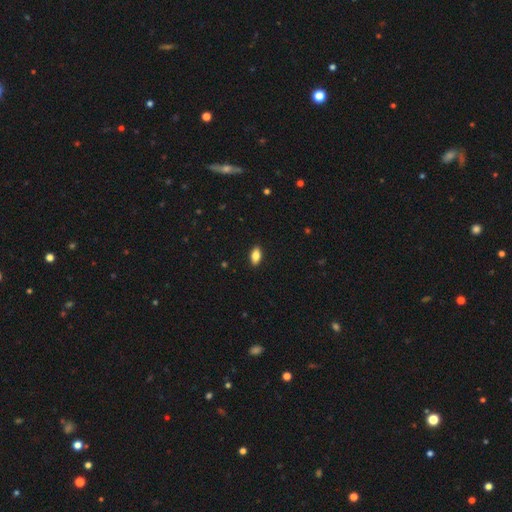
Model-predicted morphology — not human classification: This is clearly a smooth galaxy (83%). How rounded: clearly in between (89%). Merging: clearly none (89%).